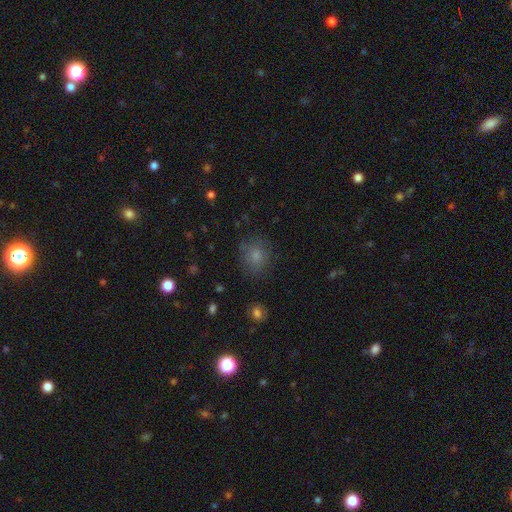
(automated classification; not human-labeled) The model was most divided on "how rounded": round: 73%, in between: 26%, cigar-shaped: 1%. More confident: merging — none (78%); smooth or featured — smooth (77%).